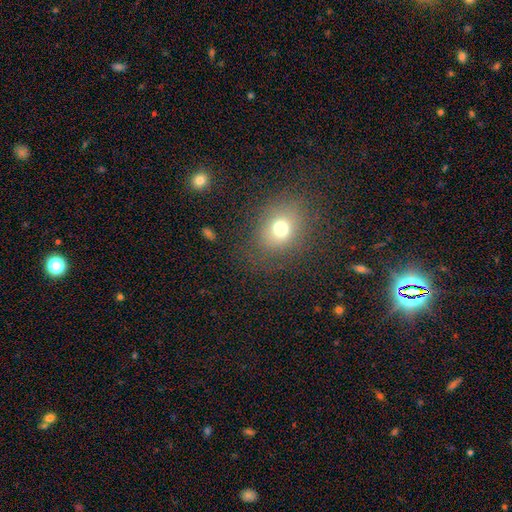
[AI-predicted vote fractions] Smooth or featured? Predicted: smooth (p=0.63). How rounded? Predicted: round (p=0.57). Merging? Predicted: none (p=0.85).